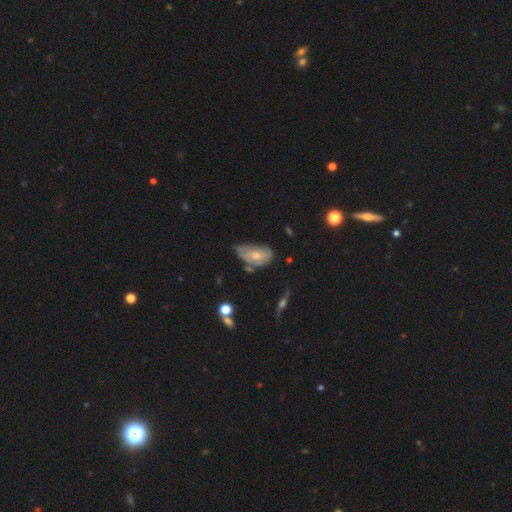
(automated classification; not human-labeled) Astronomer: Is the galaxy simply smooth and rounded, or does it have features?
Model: smooth — 53% (runner-up: featured or disk, 39%).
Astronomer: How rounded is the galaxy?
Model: in between — 90%.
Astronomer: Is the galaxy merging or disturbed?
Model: minor disturbance — 43% (runner-up: none, 34%).